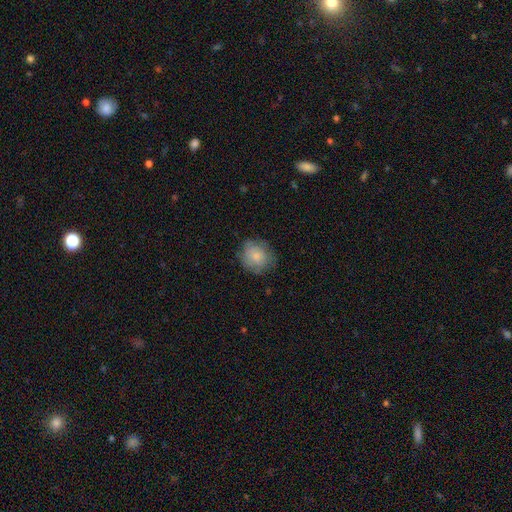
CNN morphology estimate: This is likely a smooth galaxy (77%). How rounded: clearly round (80%). Merging: likely none (73%).